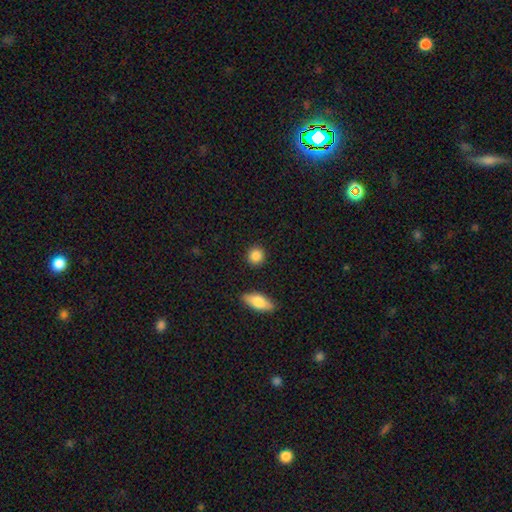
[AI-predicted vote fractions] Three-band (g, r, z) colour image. It shows a smooth galaxy with no disk features (87%) that is round (87%). Merging: none (90%).